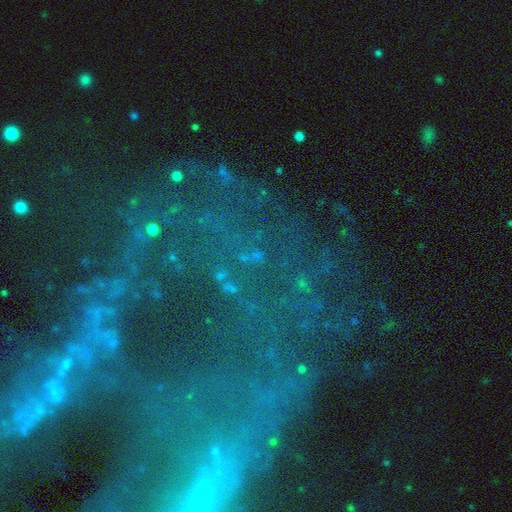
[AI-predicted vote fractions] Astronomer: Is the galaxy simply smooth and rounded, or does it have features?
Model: star or artifact — 62%.